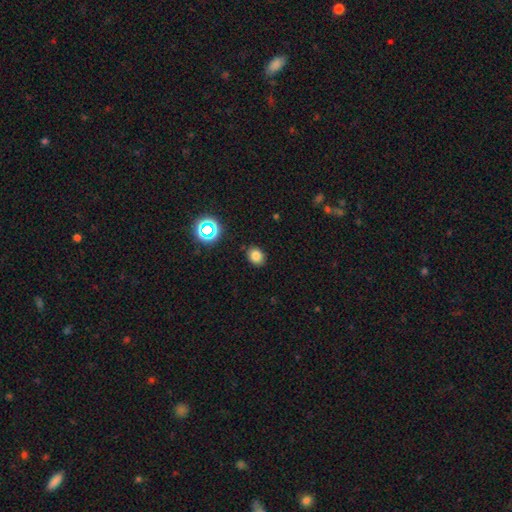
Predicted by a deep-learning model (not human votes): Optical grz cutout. It shows a smooth galaxy with no disk features (78%) that is in between round and cigar-shaped (50%). Merging: none (86%).